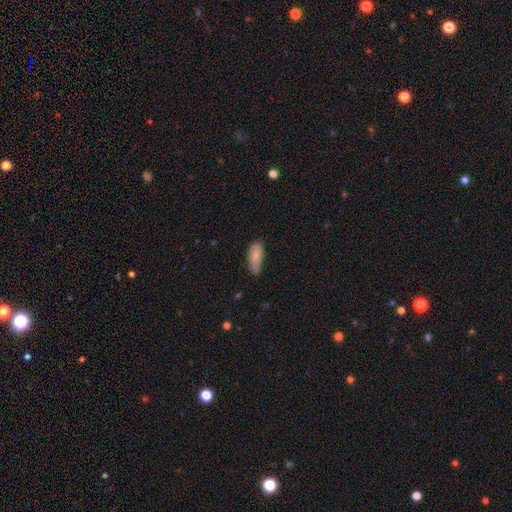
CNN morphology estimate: A smooth galaxy with no disk features (81%) that is in between round and cigar-shaped (82%).

Vote fractions:
- Smooth or featured? smooth: 81% / featured or disk: 12% / star or artifact: 7%
- How rounded? in between: 82% / cigar-shaped: 16% / round: 2%
- Merging? none: 53% / minor disturbance: 37% / major disturbance: 7% / merger: 2%